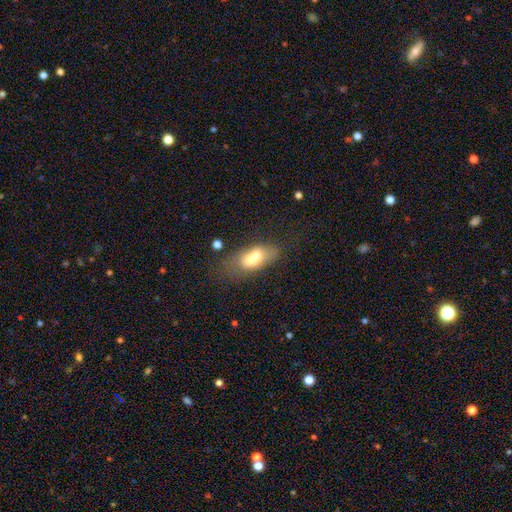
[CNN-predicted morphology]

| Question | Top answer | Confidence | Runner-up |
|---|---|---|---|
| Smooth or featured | smooth | 61% | featured or disk (31%) |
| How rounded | in between | 81% | cigar-shaped (10%) |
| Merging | merger | 46% | none (31%) |